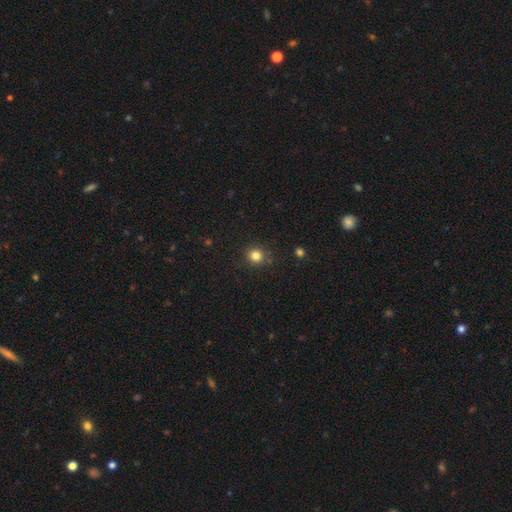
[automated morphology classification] This is clearly a smooth galaxy (82%). How rounded: clearly round (89%). Merging: clearly none (85%).